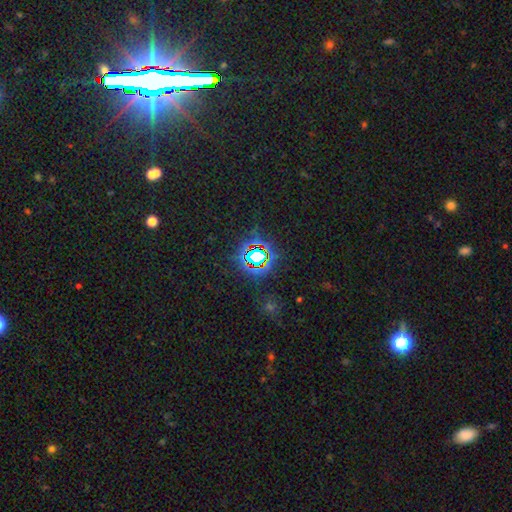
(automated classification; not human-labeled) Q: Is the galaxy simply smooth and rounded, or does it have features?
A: star or artifact — 75%.